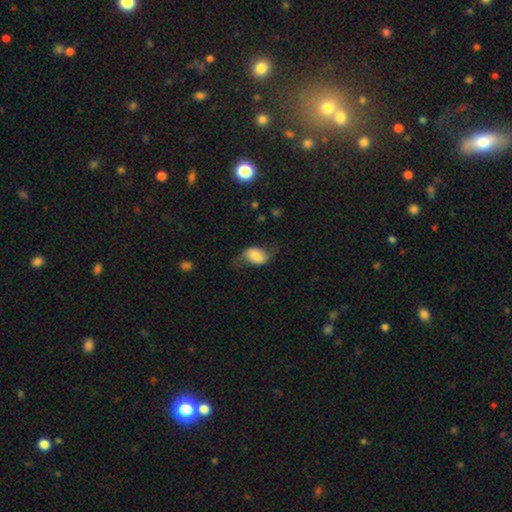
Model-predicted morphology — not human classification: Overall: smooth (59%; featured or disk 32%). How rounded: in between (84%). Merging: none (52%; minor disturbance 28%).